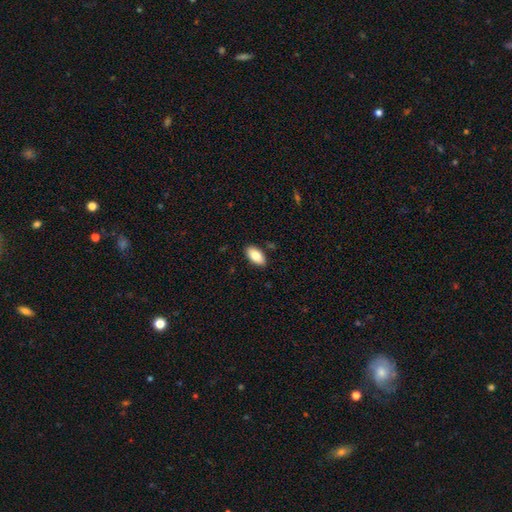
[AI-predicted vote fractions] Smooth or featured: smooth — 83% (featured or disk — 10%)
How rounded: in between — 93% (cigar-shaped — 4%)
Merging: none — 88% (minor disturbance — 9%)